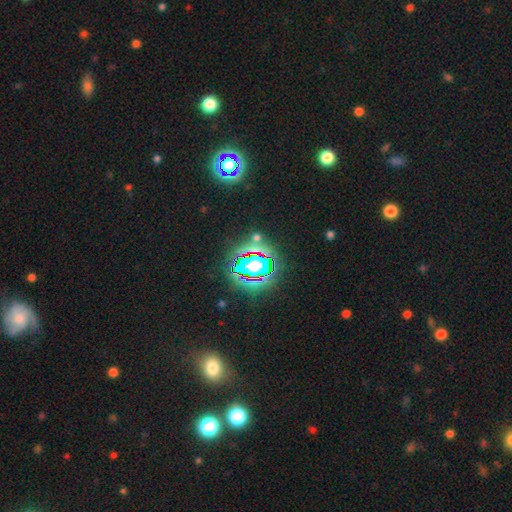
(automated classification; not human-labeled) Morphology: type=star or artifact (67%).